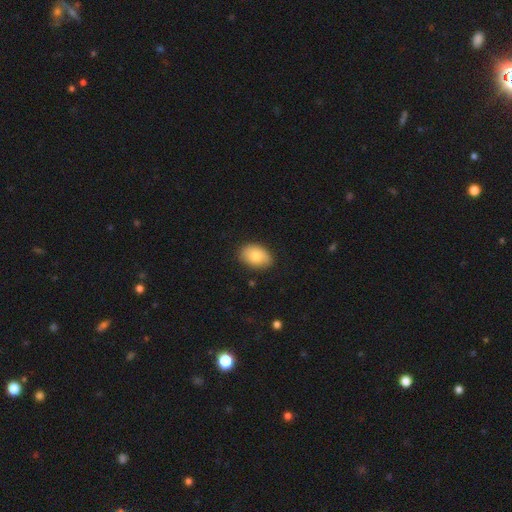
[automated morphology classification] type=smooth (80%); roundness=in between (86%); merging=none (83%).